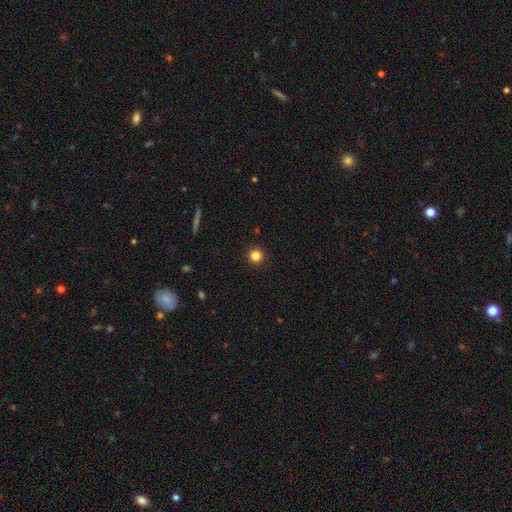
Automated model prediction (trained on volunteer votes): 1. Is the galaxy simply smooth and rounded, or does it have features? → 83% smooth, 13% star or artifact, 5% featured or disk.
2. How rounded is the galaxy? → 95% round, 4% in between, 1% cigar-shaped.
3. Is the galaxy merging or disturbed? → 93% none, 5% minor disturbance, 2% major disturbance, 1% merger.